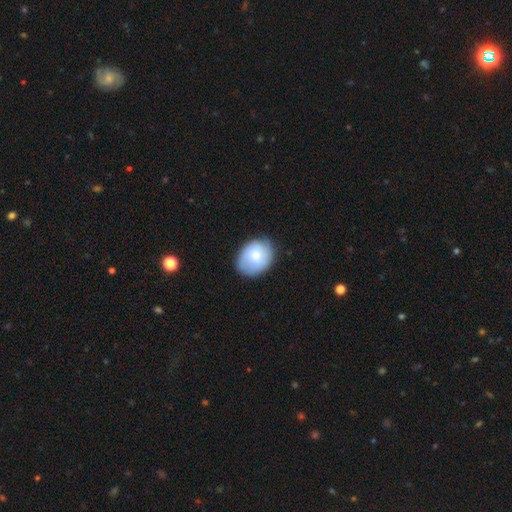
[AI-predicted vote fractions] smooth-or-featured: smooth: 74% | featured or disk: 19% | star or artifact: 7%
  how-rounded: in between: 57% | round: 42% | cigar-shaped: 1%
  merging: none: 75% | minor disturbance: 20% | major disturbance: 4% | merger: 1%